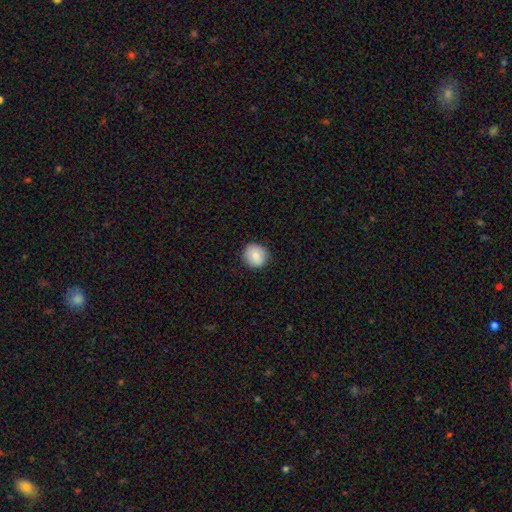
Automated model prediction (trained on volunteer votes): This appears to be a smooth galaxy with no disk features (78%) that is round (91%). Merging: none (86%).